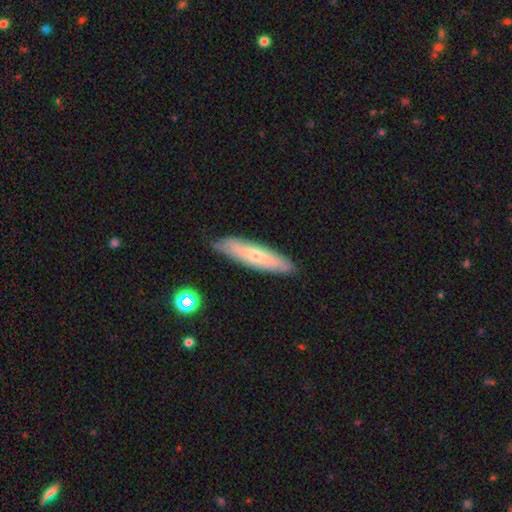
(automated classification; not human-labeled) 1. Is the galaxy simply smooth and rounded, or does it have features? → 50% smooth, 43% featured or disk, 6% star or artifact.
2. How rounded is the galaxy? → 78% cigar-shaped, 20% in between, 2% round.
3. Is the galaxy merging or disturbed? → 82% none, 14% minor disturbance, 3% major disturbance, 2% merger.